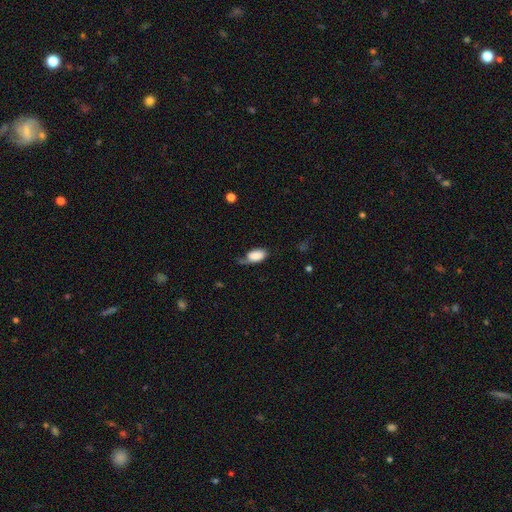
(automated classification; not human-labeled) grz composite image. It shows a smooth galaxy with no disk features (82%) that is in between round and cigar-shaped (93%). Merging: none (41%).